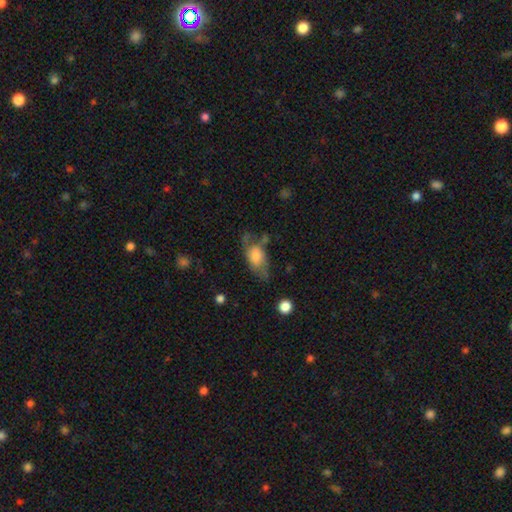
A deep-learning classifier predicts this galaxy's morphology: A smooth galaxy with no disk features (64%) that is in between round and cigar-shaped (84%). Merging: none (39%).